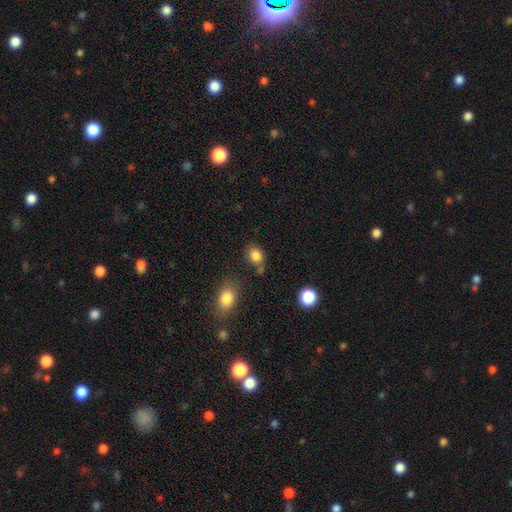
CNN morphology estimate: Overall: smooth (84%). How rounded: round (50%; in between 49%). Merging: none (68%).